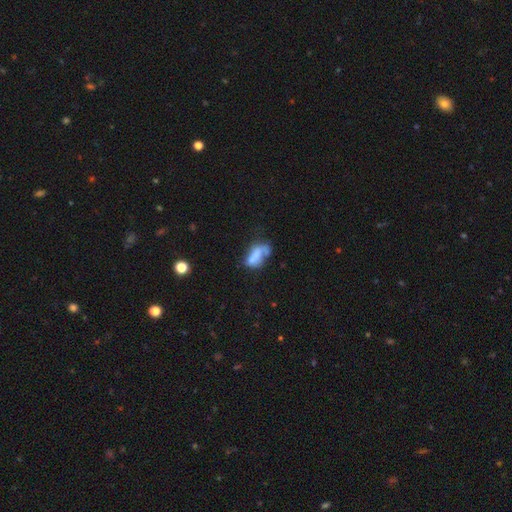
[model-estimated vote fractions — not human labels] Smooth or featured? Predicted: smooth (p=0.60). How rounded? Predicted: in between (p=0.85). Merging? Predicted: merger (p=0.28).